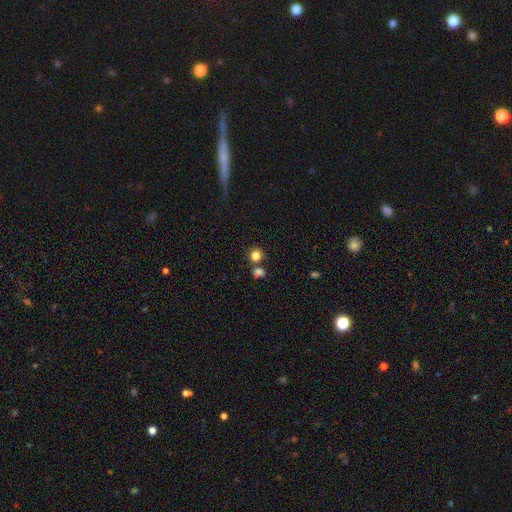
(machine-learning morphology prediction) Smooth or featured?
  - smooth: 82% *
  - star or artifact: 12%
  - featured or disk: 6%
How rounded?
  - round: 87% *
  - in between: 12%
  - cigar-shaped: 1%
Merging?
  - none: 68% *
  - merger: 21%
  - minor disturbance: 8%
  - major disturbance: 3%